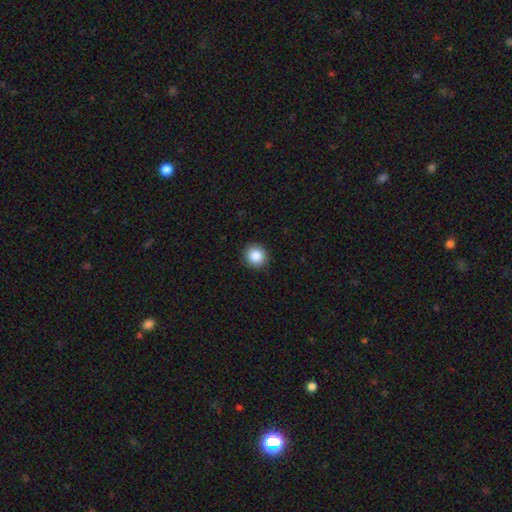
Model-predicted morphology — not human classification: A smooth galaxy with no disk features (88%) that is round (92%).

Vote fractions:
- Smooth or featured? smooth: 88% / star or artifact: 9% / featured or disk: 3%
- How rounded? round: 92% / in between: 7% / cigar-shaped: 1%
- Merging? none: 91% / minor disturbance: 6% / major disturbance: 2% / merger: 1%